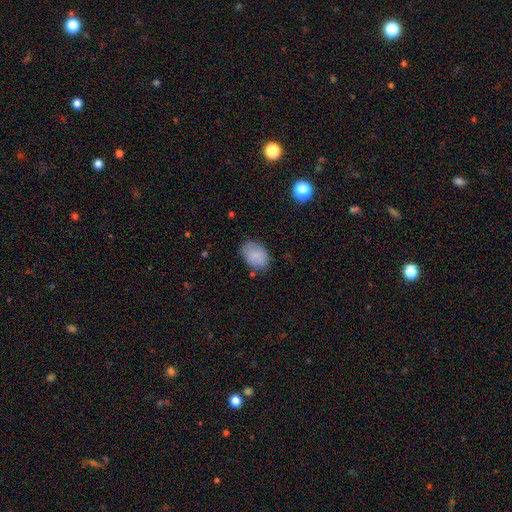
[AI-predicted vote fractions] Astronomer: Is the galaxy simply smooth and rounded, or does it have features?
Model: smooth — 82%.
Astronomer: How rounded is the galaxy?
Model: in between — 79%.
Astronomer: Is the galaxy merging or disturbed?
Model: none — 73%.